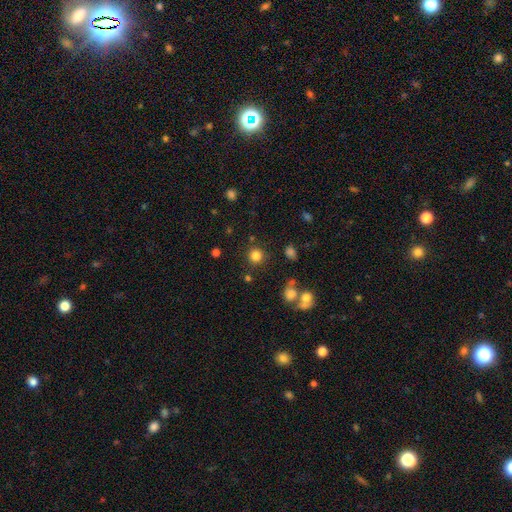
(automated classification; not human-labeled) Smooth or featured? Predicted: smooth (p=0.81). How rounded? Predicted: round (p=0.93). Merging? Predicted: none (p=0.85).